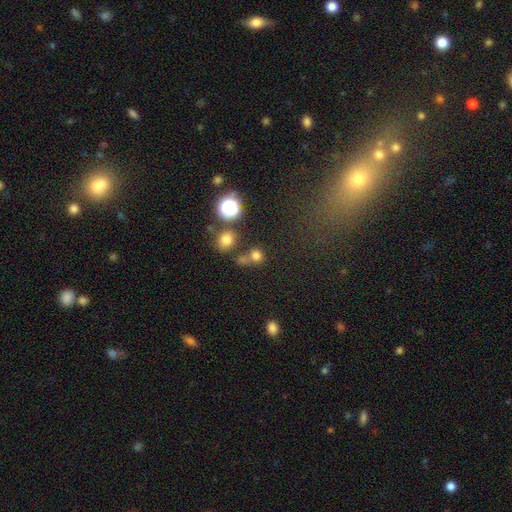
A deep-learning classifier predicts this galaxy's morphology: A smooth galaxy with no disk features (70%) that is round (83%). Merging: none (58%).